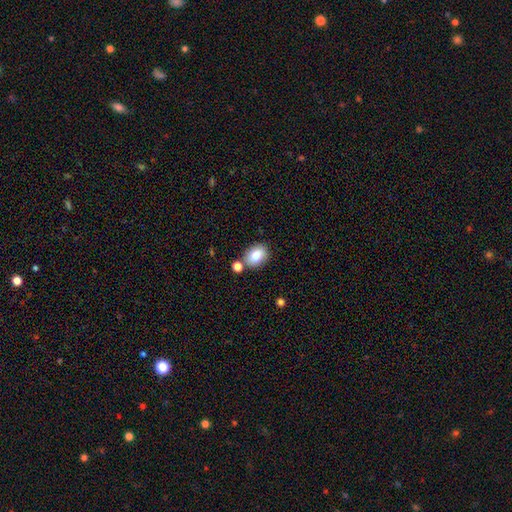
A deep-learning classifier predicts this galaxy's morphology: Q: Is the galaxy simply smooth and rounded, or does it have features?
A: smooth — 82%.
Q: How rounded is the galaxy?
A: in between — 70%.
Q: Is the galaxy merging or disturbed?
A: none — 72%.